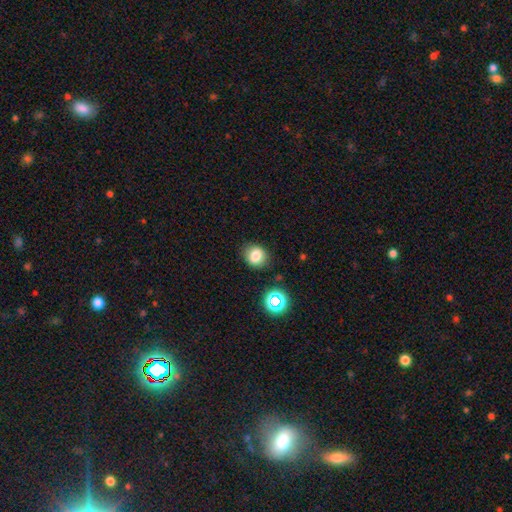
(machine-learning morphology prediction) Smooth or featured: smooth — 78% (star or artifact — 13%)
How rounded: round — 66% (in between — 33%)
Merging: none — 83% (minor disturbance — 12%)